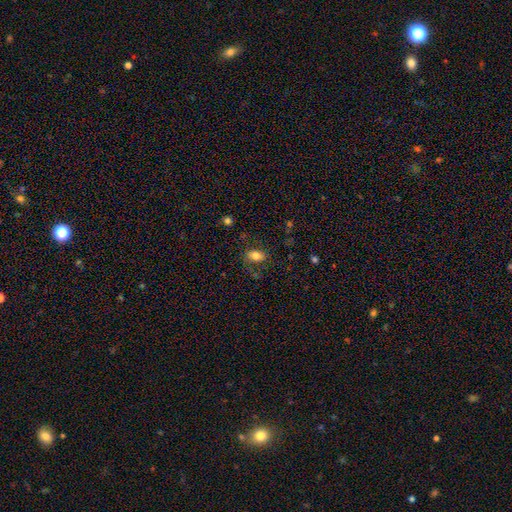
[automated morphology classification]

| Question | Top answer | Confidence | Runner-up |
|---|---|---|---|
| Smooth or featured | smooth | 78% | featured or disk (13%) |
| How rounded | in between | 84% | round (14%) |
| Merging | none | 70% | minor disturbance (18%) |